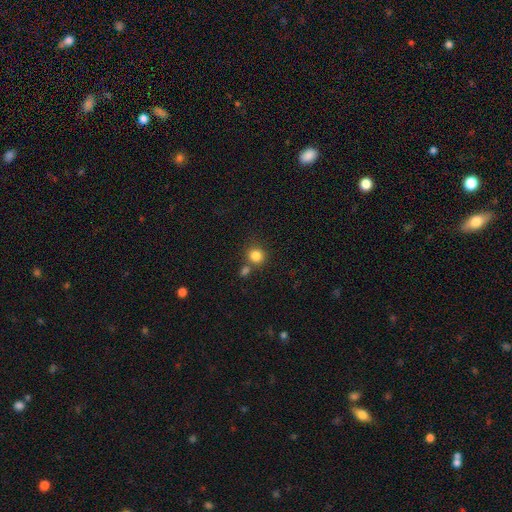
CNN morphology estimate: A smooth galaxy with no disk features (83%) that is round (86%). Merging: none (67%).